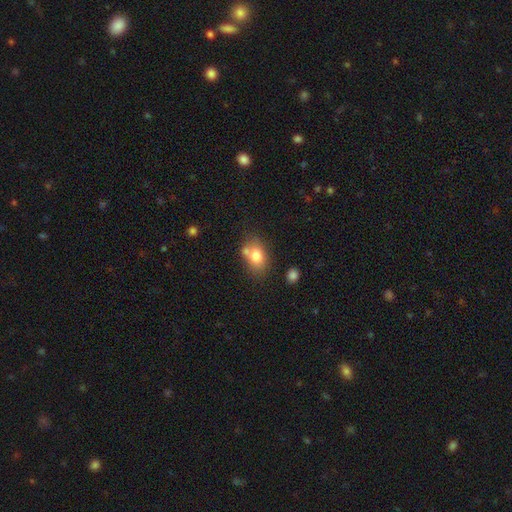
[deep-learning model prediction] Smooth or featured?
  - smooth: 77% *
  - featured or disk: 14%
  - star or artifact: 9%
How rounded?
  - in between: 75% *
  - round: 23%
  - cigar-shaped: 1%
Merging?
  - none: 57% *
  - merger: 21%
  - minor disturbance: 17%
  - major disturbance: 5%